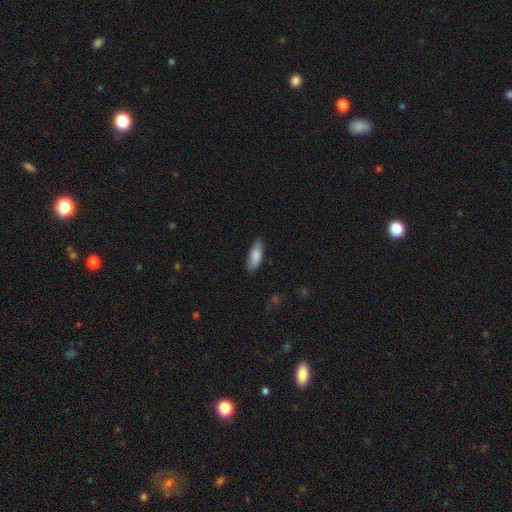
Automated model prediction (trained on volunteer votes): A smooth galaxy with no disk features (84%) that is in between round and cigar-shaped (72%).

Vote fractions:
- Smooth or featured? smooth: 84% / featured or disk: 10% / star or artifact: 6%
- How rounded? in between: 72% / cigar-shaped: 26% / round: 2%
- Merging? none: 81% / minor disturbance: 15% / major disturbance: 2% / merger: 1%